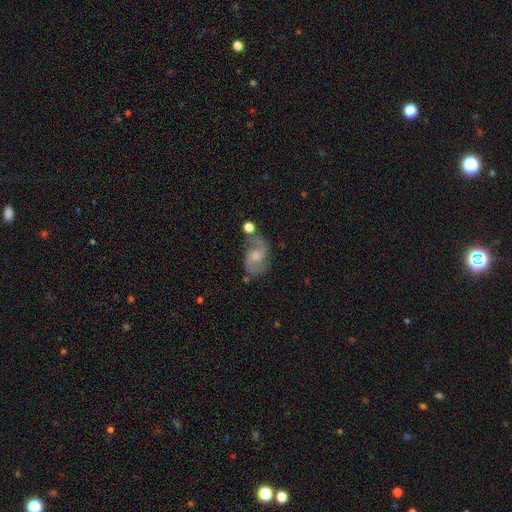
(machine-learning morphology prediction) Smooth or featured: featured or disk — 83% (smooth — 9%)
Edge-on disk: no — 97% (yes — 3%)
Bar: no — 52% (weak — 40%)
Spiral arms: yes — 96% (no — 4%)
Spiral winding: medium — 55% (loose — 27%)
Spiral arm count: 2 — 91% (can't tell — 4%)
Bulge size: moderate — 55% (small — 32%)
Merging: none — 69% (minor disturbance — 16%)